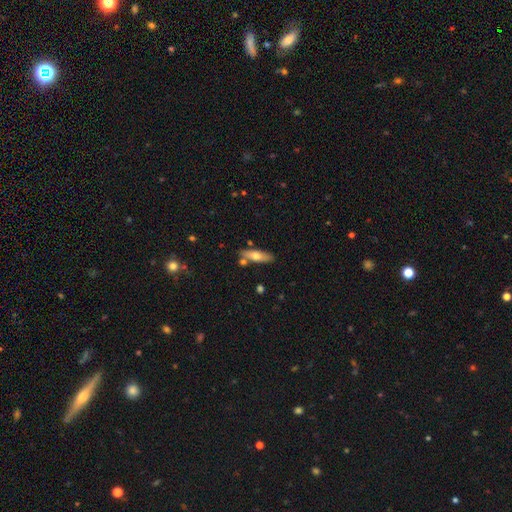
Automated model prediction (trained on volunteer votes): The model was most divided on "how rounded": cigar-shaped: 54%, in between: 43%, round: 3%. More confident: merging — none (77%); smooth or featured — smooth (60%).